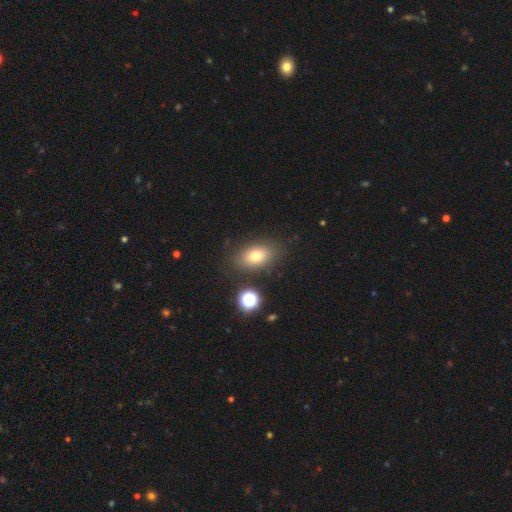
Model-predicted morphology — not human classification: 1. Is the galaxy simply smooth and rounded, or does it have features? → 75% smooth, 13% featured or disk, 12% star or artifact.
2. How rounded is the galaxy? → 84% in between, 14% round, 2% cigar-shaped.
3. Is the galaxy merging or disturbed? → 82% none, 11% minor disturbance, 4% major disturbance, 3% merger.